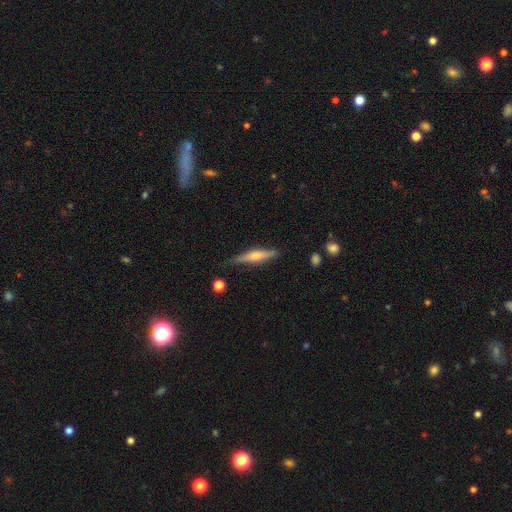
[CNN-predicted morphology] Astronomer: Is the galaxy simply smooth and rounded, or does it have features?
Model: featured or disk — 56% (runner-up: smooth, 38%).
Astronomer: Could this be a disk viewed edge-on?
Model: yes — 95%.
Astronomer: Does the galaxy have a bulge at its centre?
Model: rounded — 79%.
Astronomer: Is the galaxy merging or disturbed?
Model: none — 80%.